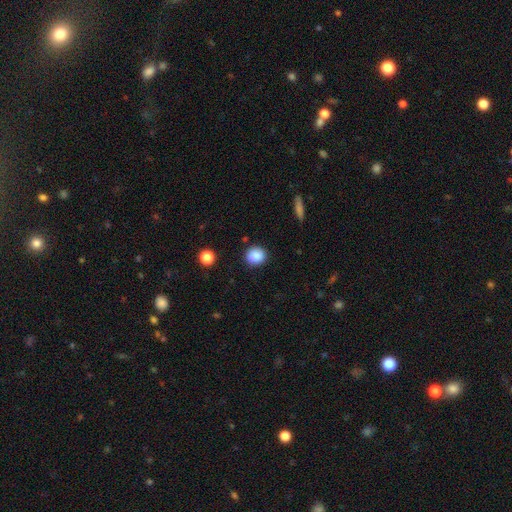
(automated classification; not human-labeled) Smooth or featured: smooth — 87% (star or artifact — 9%)
How rounded: round — 82% (in between — 17%)
Merging: none — 88% (minor disturbance — 8%)